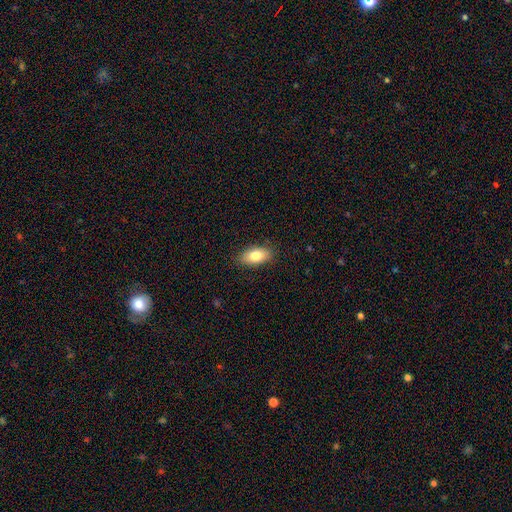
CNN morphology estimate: This appears to be a smooth galaxy with no disk features (80%) that is in between round and cigar-shaped (89%). Merging: none (86%).